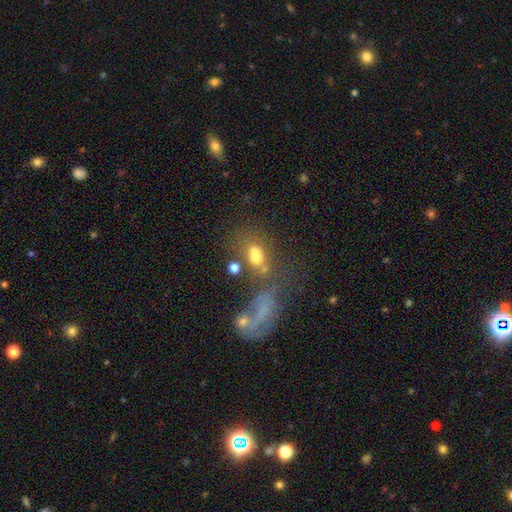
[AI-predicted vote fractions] The model was most divided on "merging": none: 34%, merger: 33%, major disturbance: 19%, minor disturbance: 14%. More confident: how rounded — in between (77%); smooth or featured — smooth (60%).